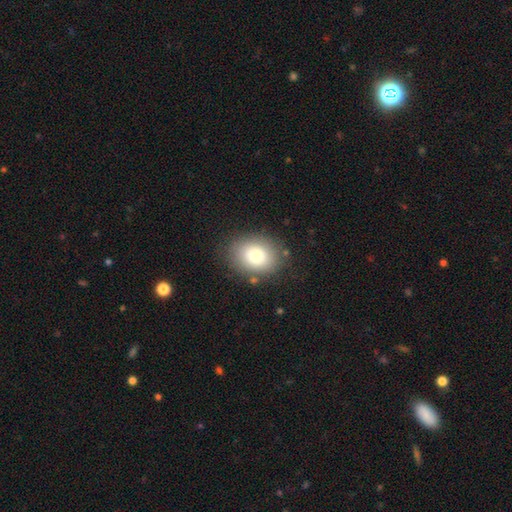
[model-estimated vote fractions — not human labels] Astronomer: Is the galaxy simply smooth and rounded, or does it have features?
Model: smooth — 78%.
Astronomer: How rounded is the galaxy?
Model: in between — 52% (runner-up: round, 47%).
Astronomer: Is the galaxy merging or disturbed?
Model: none — 81%.